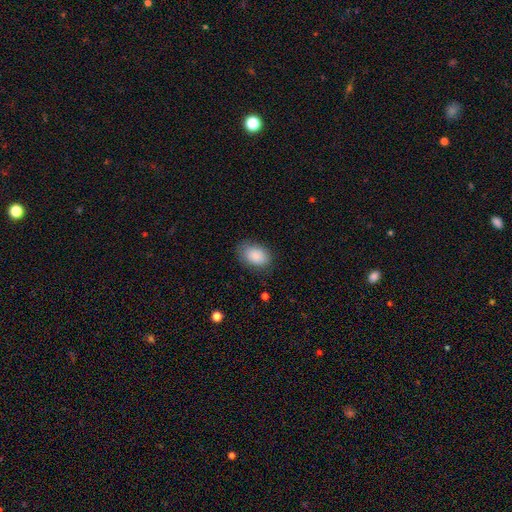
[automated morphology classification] Smooth or featured: smooth — 88% (star or artifact — 7%)
How rounded: in between — 86% (round — 13%)
Merging: none — 79% (minor disturbance — 16%)